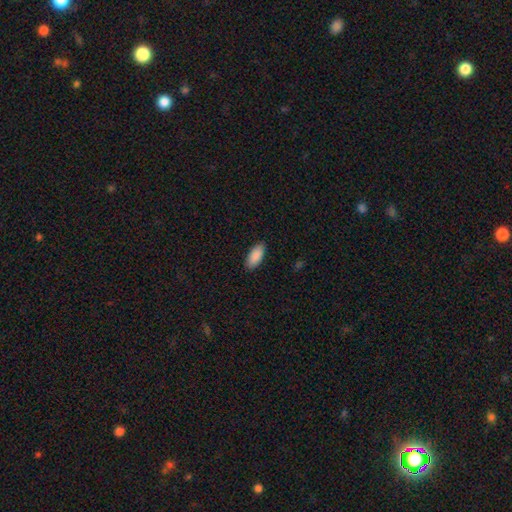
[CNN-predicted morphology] Q: Smooth or featured?
A: smooth (91%); runner-up: star or artifact (6%)
Q: How rounded?
A: in between (90%); runner-up: cigar-shaped (9%)
Q: Merging?
A: none (89%); runner-up: minor disturbance (8%)